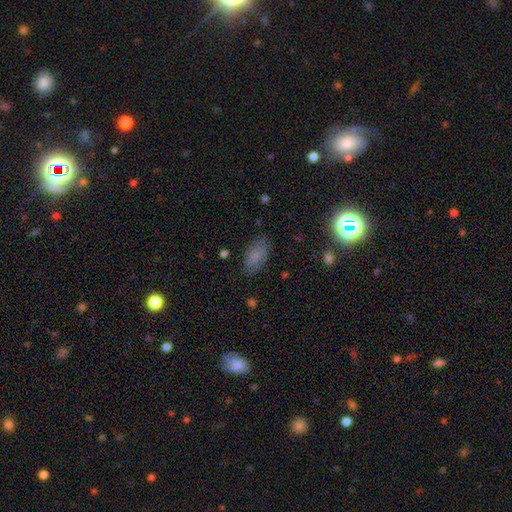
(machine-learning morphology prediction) This is likely a smooth galaxy (78%). How rounded: clearly in between (91%). Merging: clearly none (80%).